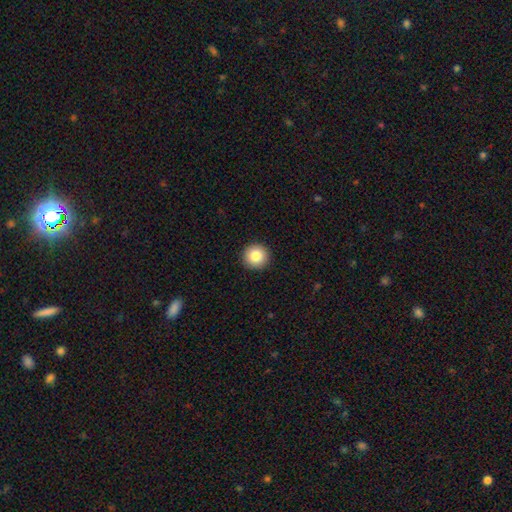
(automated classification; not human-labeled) Smooth or featured: smooth — 83% (star or artifact — 9%)
How rounded: round — 95% (in between — 4%)
Merging: none — 93% (minor disturbance — 5%)